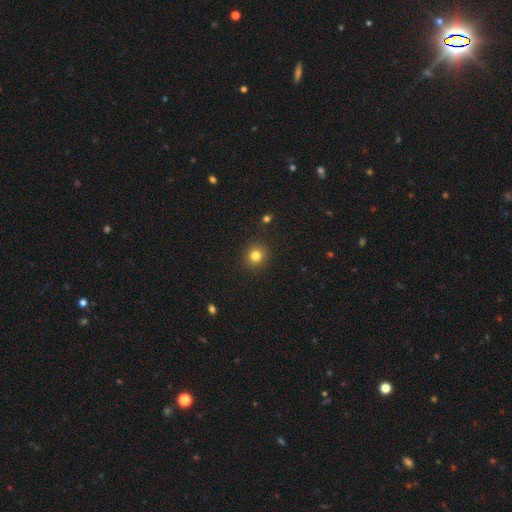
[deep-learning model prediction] This is clearly a smooth galaxy (82%). How rounded: clearly round (89%). Merging: clearly none (91%).